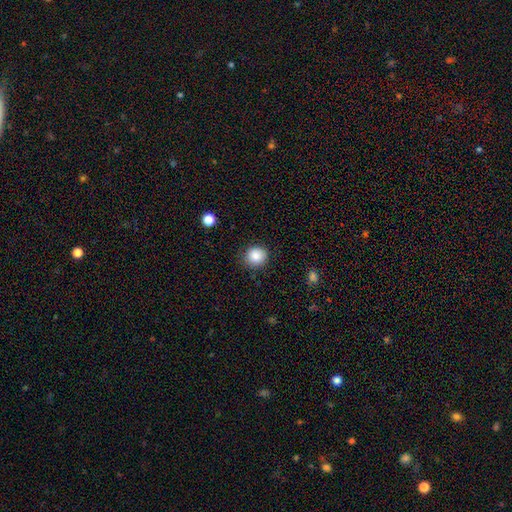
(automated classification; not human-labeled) Morphology: type=smooth (87%); roundness=round (86%); merging=none (86%).